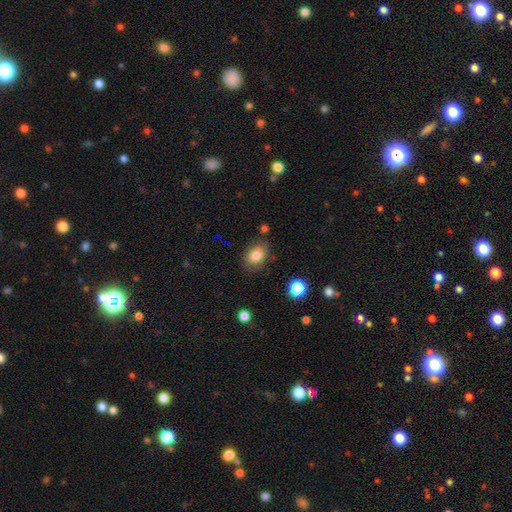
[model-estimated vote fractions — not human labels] This is clearly a smooth galaxy (82%). How rounded: likely in between (76%). Merging: likely none (77%).